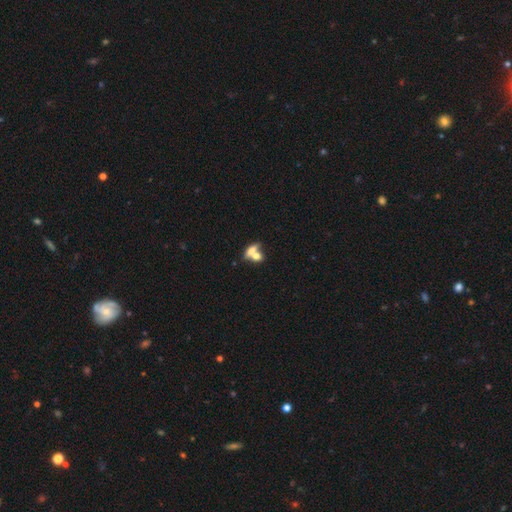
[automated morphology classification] Smooth or featured? smooth (63%)
How rounded? in between (65%)
Merging? merger (62%)